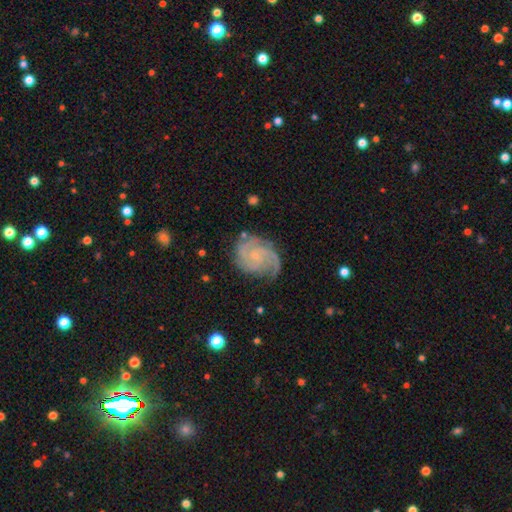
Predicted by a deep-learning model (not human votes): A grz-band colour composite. It shows a featured or disk galaxy (87%) with no bar (70%), 3 (38%) tight (57%) spiral arms (98%) and a small central bulge (74%). Merging: none (72%).